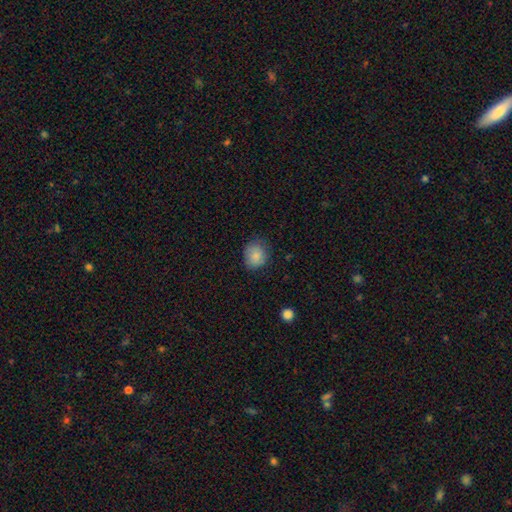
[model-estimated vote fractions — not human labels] A smooth galaxy with no disk features (84%) that is round (72%).

Vote fractions:
- Smooth or featured? smooth: 84% / featured or disk: 8% / star or artifact: 8%
- How rounded? round: 72% / in between: 27% / cigar-shaped: 1%
- Merging? none: 75% / minor disturbance: 19% / major disturbance: 5% / merger: 1%